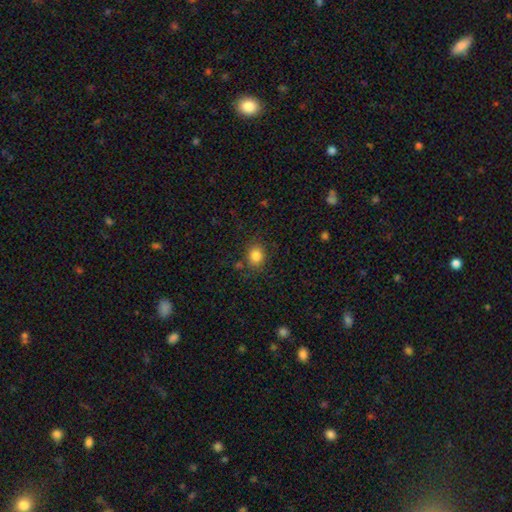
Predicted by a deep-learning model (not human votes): A smooth galaxy with no disk features (84%) that is round (61%). Merging: none (80%).